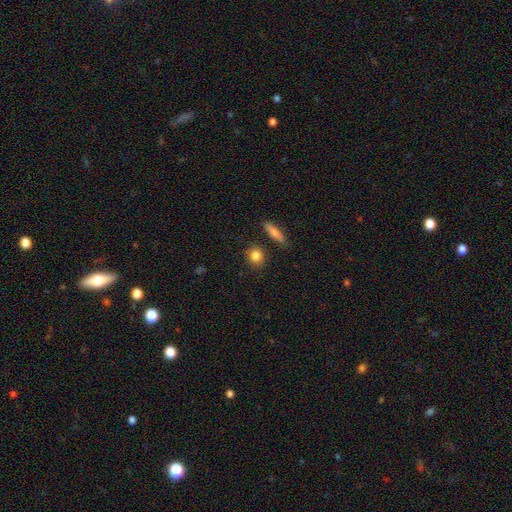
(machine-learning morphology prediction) Smooth or featured? smooth (85%)
How rounded? round (71%)
Merging? none (86%)